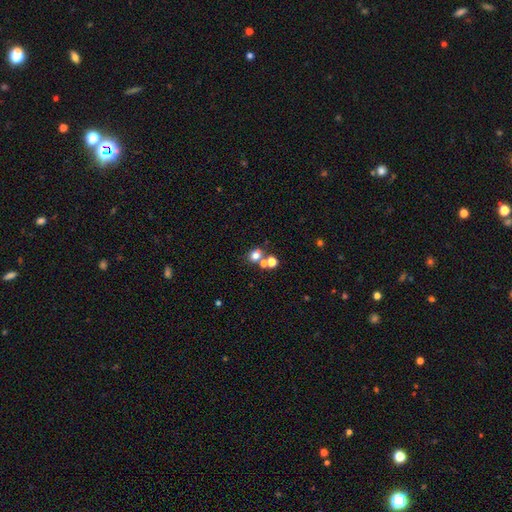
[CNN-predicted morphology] The model was most divided on "merging": none: 53%, merger: 33%, minor disturbance: 9%, major disturbance: 5%. More confident: smooth or featured — smooth (72%); how rounded — round (62%).